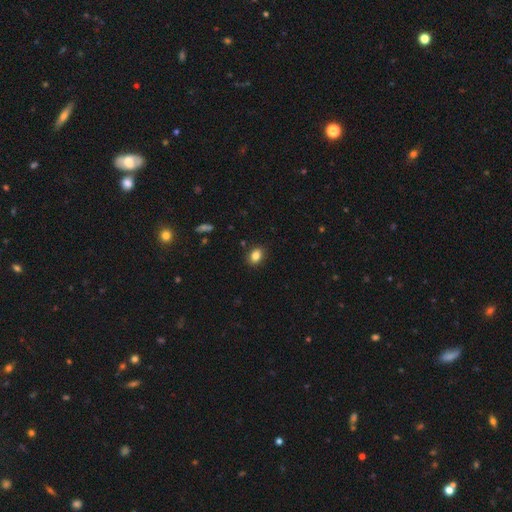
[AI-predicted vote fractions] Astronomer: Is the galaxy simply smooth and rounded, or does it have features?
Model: smooth — 84%.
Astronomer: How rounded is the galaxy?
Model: in between — 67%.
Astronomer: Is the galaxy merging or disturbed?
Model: none — 88%.